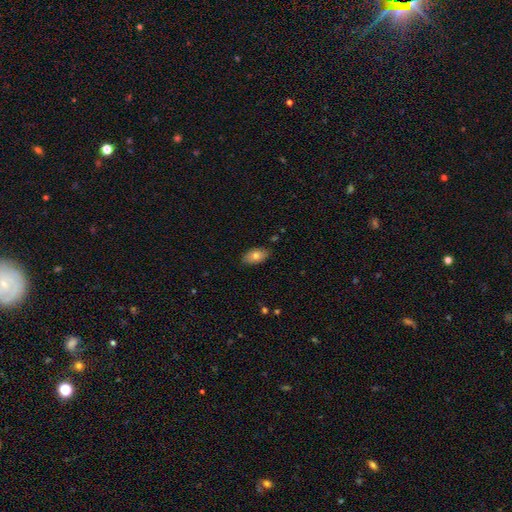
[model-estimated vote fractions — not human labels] Smooth or featured: smooth — 76% (featured or disk — 16%)
How rounded: in between — 93% (round — 5%)
Merging: none — 85% (minor disturbance — 12%)